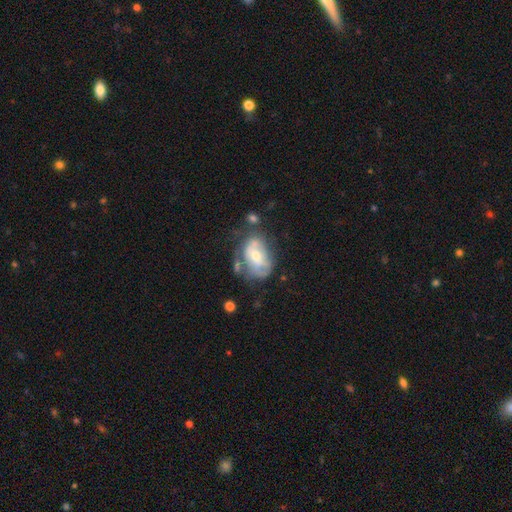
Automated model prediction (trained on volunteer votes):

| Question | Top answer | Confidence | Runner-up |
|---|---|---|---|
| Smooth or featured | featured or disk | 59% | smooth (33%) |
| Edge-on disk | no | 95% | yes (5%) |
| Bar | no | 64% | weak (27%) |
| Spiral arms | no | 52% | yes (48%) |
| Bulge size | moderate | 61% | small (33%) |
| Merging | none | 38% | minor disturbance (28%) |